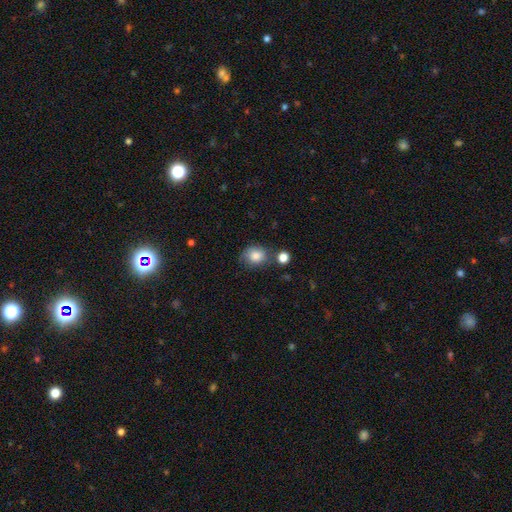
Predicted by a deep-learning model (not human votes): This appears to be a smooth galaxy with no disk features (82%) that is round (65%). Merging: none (63%).